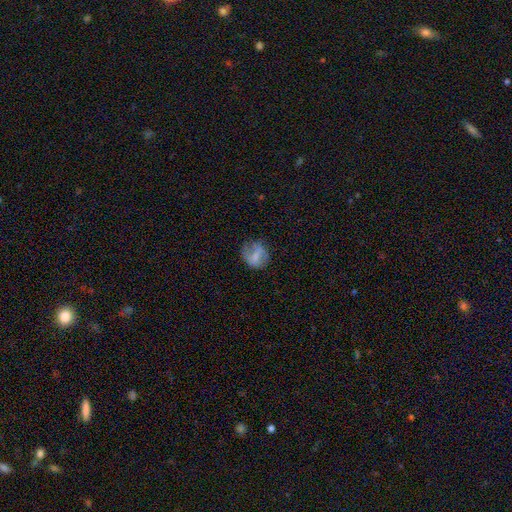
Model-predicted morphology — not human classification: Q: Smooth or featured?
A: smooth (60%); runner-up: featured or disk (30%)
Q: How rounded?
A: round (69%); runner-up: in between (30%)
Q: Merging?
A: none (57%); runner-up: minor disturbance (25%)